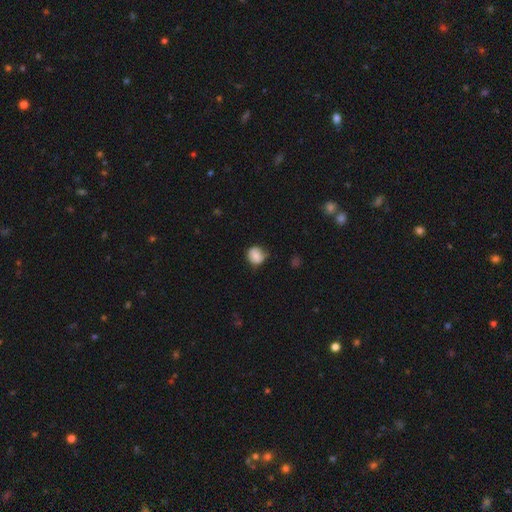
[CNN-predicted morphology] Smooth or featured?
  - smooth: 76% *
  - featured or disk: 15%
  - star or artifact: 9%
How rounded?
  - round: 82% *
  - in between: 17%
  - cigar-shaped: 1%
Merging?
  - none: 61% *
  - minor disturbance: 31%
  - major disturbance: 7%
  - merger: 2%